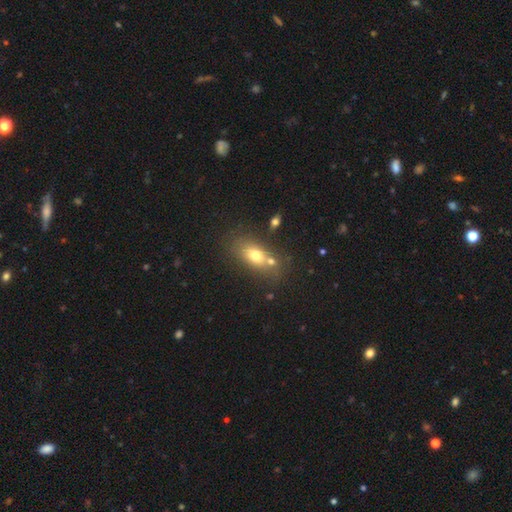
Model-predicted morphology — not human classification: smooth 71%, featured or disk 18%, star or artifact 12%. Down the decision tree: how rounded — in between (79%); merging — none (56%).